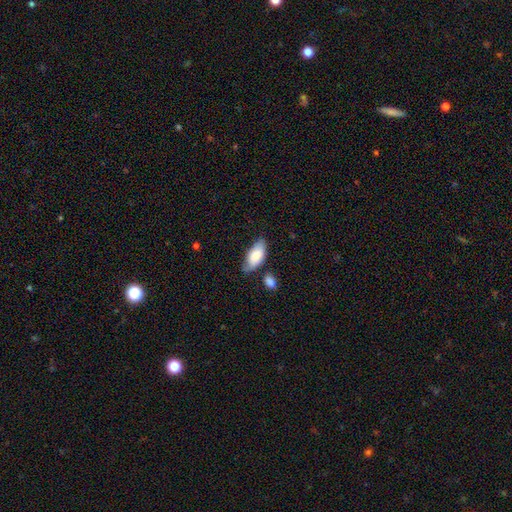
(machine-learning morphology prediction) Smooth or featured? Predicted: smooth (p=0.81). How rounded? Predicted: in between (p=0.91). Merging? Predicted: none (p=0.58).